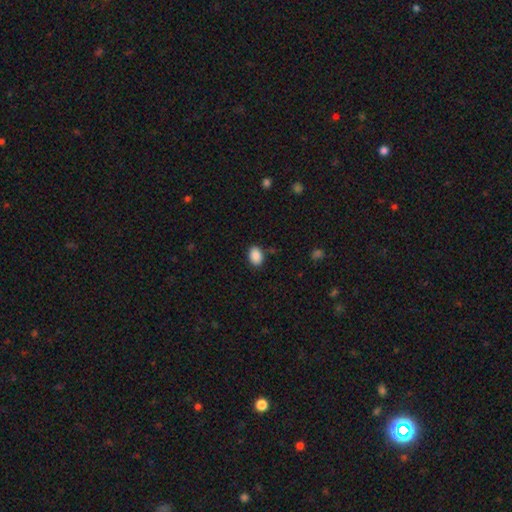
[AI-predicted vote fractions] Q: Smooth or featured?
A: smooth (89%); runner-up: star or artifact (8%)
Q: How rounded?
A: in between (81%); runner-up: round (18%)
Q: Merging?
A: none (85%); runner-up: minor disturbance (11%)